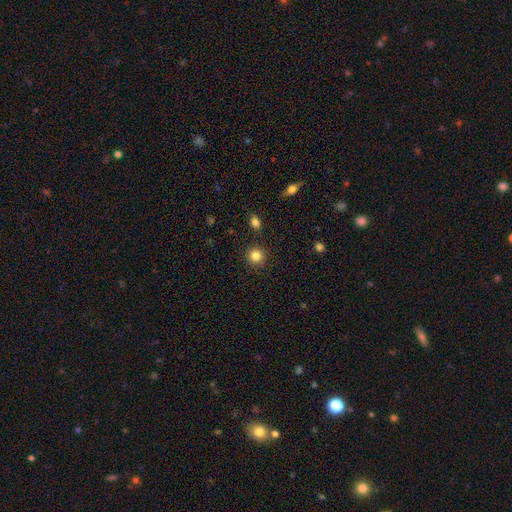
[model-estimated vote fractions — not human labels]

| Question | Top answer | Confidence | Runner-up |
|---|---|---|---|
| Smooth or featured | smooth | 85% | star or artifact (12%) |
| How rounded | round | 93% | in between (6%) |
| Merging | none | 90% | minor disturbance (6%) |